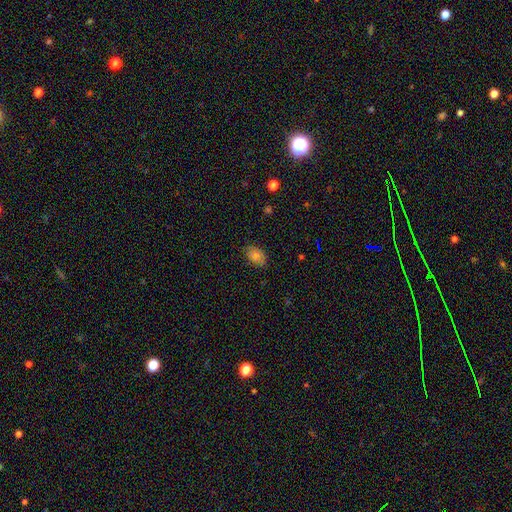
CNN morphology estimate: smooth 75%, featured or disk 13%, star or artifact 12%. Down the decision tree: how rounded — in between (79%); merging — none (78%).